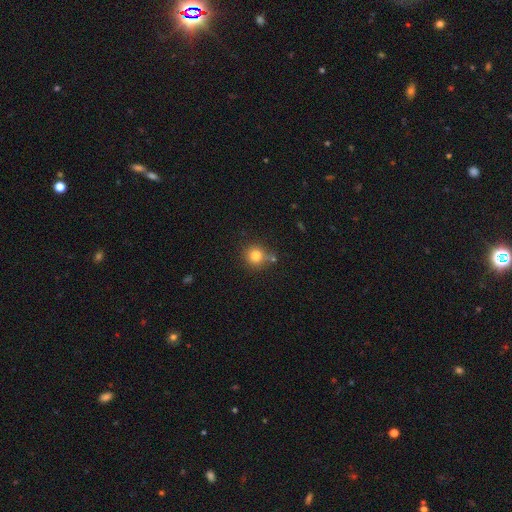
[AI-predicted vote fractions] The model was most divided on "merging": none: 72%, minor disturbance: 14%, merger: 10%, major disturbance: 4%. More confident: how rounded — round (91%); smooth or featured — smooth (80%).